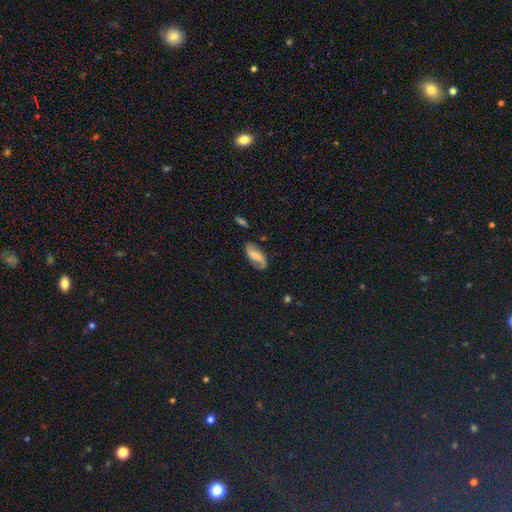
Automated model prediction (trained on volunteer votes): The model was most divided on "bulge size": small: 33%, none: 29%, moderate: 28%, large: 8%, dominant: 2%. Remaining: edge-on disk — no (94%); spiral arms — yes (92%); spiral arm count — 2 (89%); merging — none (75%); smooth or featured — featured or disk (64%); spiral winding — loose (59%); bar — weak (40%).